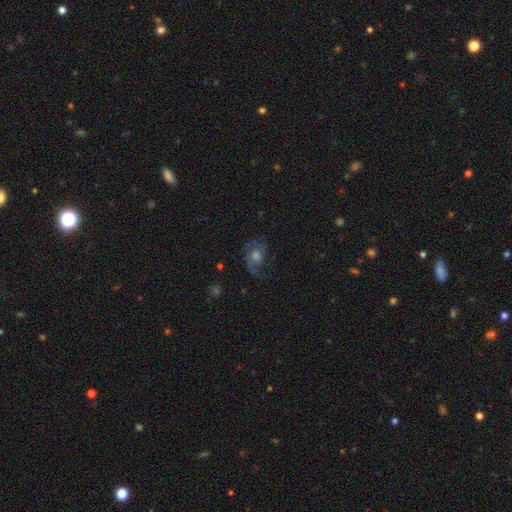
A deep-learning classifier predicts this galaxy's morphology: Q: Smooth or featured?
A: featured or disk (70%); runner-up: smooth (17%)
Q: Edge-on disk?
A: no (97%); runner-up: yes (3%)
Q: Bar?
A: no (72%); runner-up: weak (24%)
Q: Spiral arms?
A: yes (92%); runner-up: no (8%)
Q: Spiral winding?
A: medium (48%); runner-up: loose (30%)
Q: Spiral arm count?
A: 2 (63%); runner-up: can't tell (13%)
Q: Bulge size?
A: moderate (56%); runner-up: large (21%)
Q: Merging?
A: none (65%); runner-up: minor disturbance (18%)